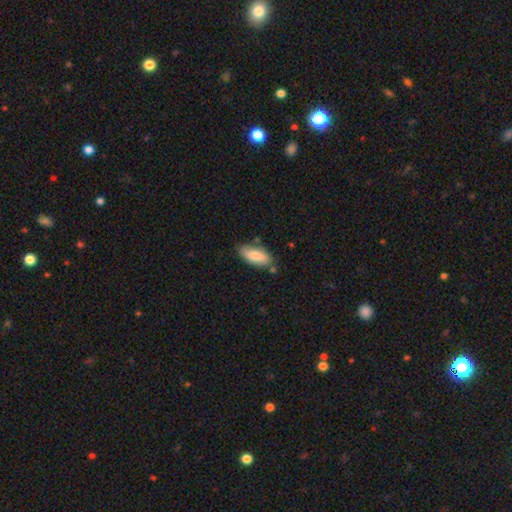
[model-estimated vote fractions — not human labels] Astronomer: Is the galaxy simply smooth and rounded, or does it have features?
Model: smooth — 80%.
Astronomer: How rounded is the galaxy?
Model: in between — 79%.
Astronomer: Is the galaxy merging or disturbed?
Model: none — 74%.